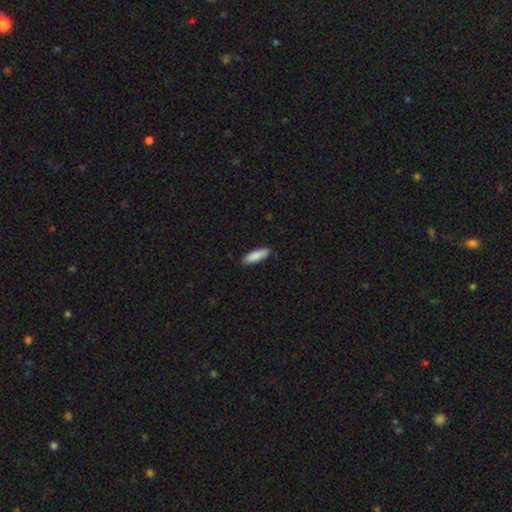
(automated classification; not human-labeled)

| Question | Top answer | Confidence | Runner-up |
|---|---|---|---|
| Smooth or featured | smooth | 88% | featured or disk (7%) |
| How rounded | cigar-shaped | 57% | in between (41%) |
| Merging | none | 86% | minor disturbance (11%) |